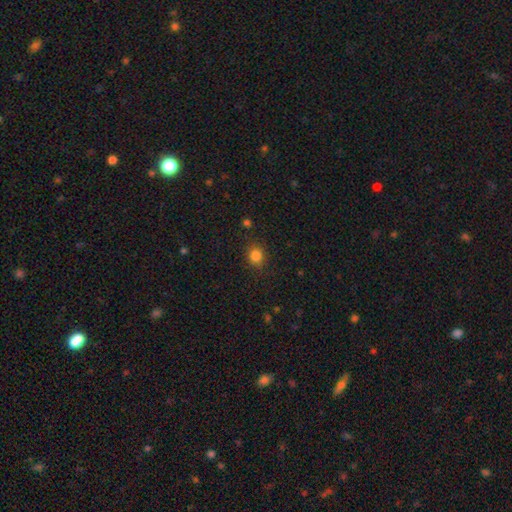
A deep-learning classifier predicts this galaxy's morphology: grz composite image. It shows a smooth galaxy with no disk features (83%) that is round (78%). Merging: none (86%).